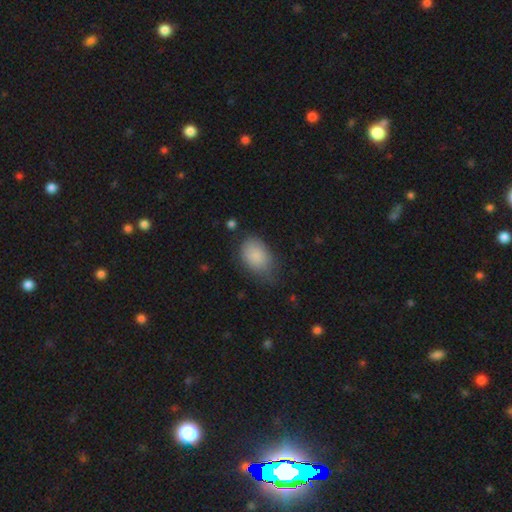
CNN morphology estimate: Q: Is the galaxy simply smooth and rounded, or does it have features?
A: smooth — 85%.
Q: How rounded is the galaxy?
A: in between — 84%.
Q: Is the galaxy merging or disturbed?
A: none — 55%.